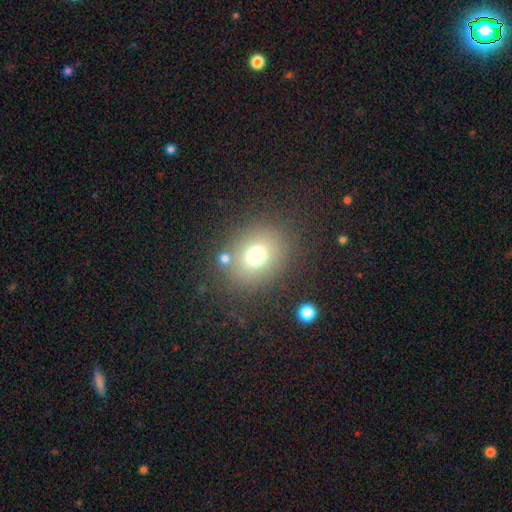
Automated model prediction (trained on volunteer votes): This appears to be a smooth galaxy with no disk features (72%) that is round (61%). Merging: none (78%).